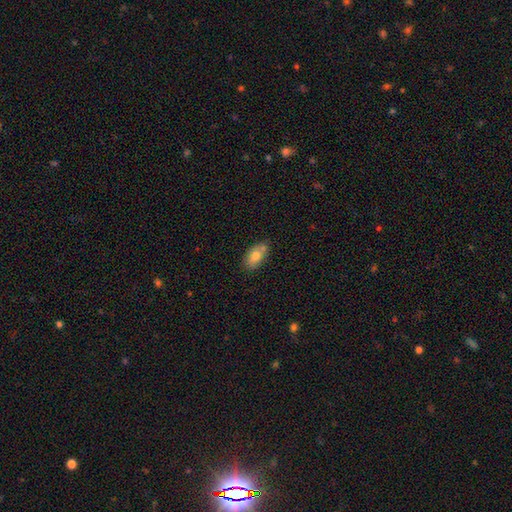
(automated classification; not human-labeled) This appears to be a smooth galaxy with no disk features (75%) that is in between round and cigar-shaped (91%). Merging: none (66%).